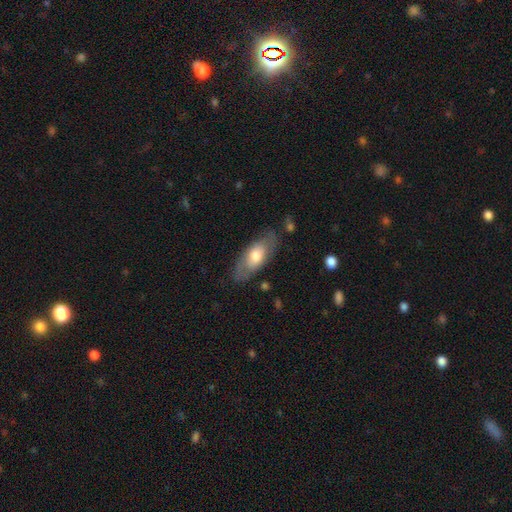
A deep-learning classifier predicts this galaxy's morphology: smooth-or-featured: smooth: 60% | featured or disk: 35% | star or artifact: 5%
  how-rounded: in between: 85% | cigar-shaped: 12% | round: 3%
  merging: none: 76% | minor disturbance: 17% | major disturbance: 5% | merger: 2%